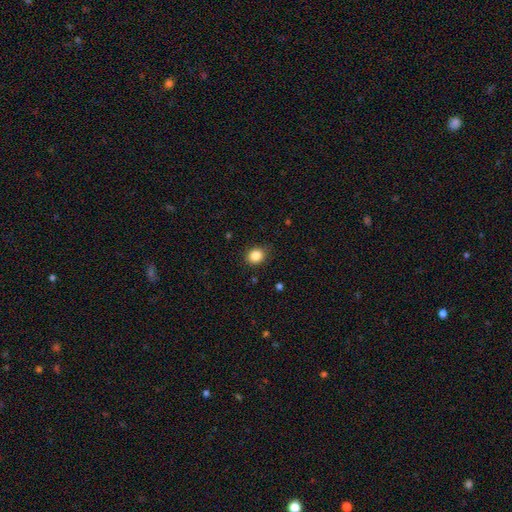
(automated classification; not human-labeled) Smooth or featured? Predicted: smooth (p=0.85). How rounded? Predicted: round (p=0.64). Merging? Predicted: none (p=0.85).